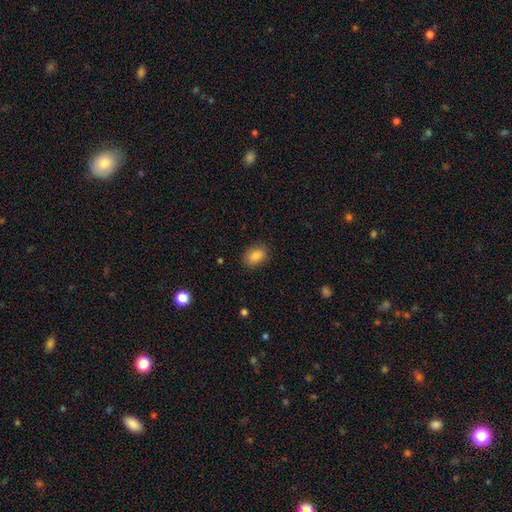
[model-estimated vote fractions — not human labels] Q: Smooth or featured?
A: smooth (86%); runner-up: star or artifact (8%)
Q: How rounded?
A: in between (81%); runner-up: round (17%)
Q: Merging?
A: none (86%); runner-up: minor disturbance (10%)